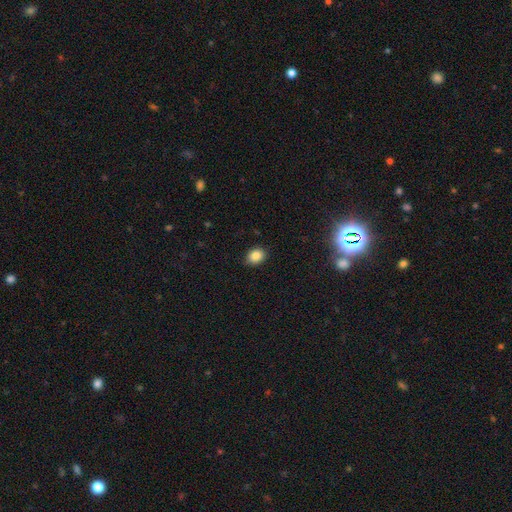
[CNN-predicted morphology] A smooth galaxy with no disk features (85%) that is round (54%).

Vote fractions:
- Smooth or featured? smooth: 85% / star or artifact: 10% / featured or disk: 5%
- How rounded? round: 54% / in between: 45% / cigar-shaped: 1%
- Merging? none: 86% / minor disturbance: 11% / major disturbance: 2% / merger: 1%